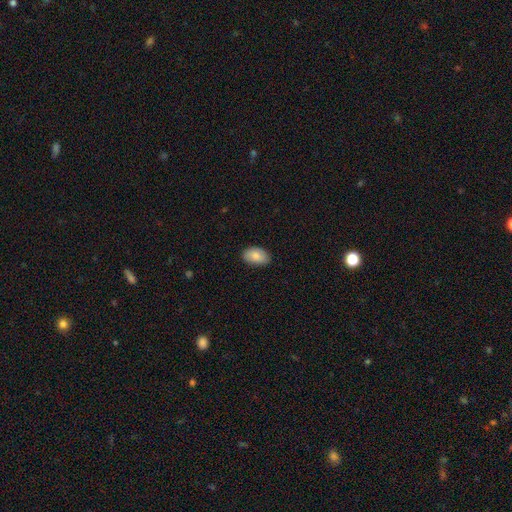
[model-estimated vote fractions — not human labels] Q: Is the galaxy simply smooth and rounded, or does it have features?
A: smooth — 84%.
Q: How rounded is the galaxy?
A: in between — 91%.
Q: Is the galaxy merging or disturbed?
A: none — 82%.